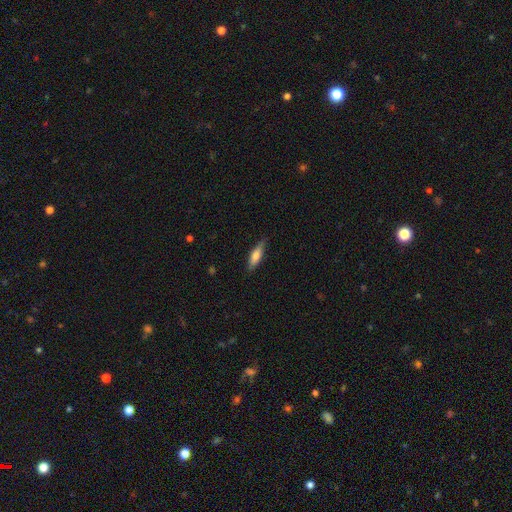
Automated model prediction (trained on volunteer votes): A smooth galaxy with no disk features (69%) that is cigar-shaped (58%). Merging: none (78%).